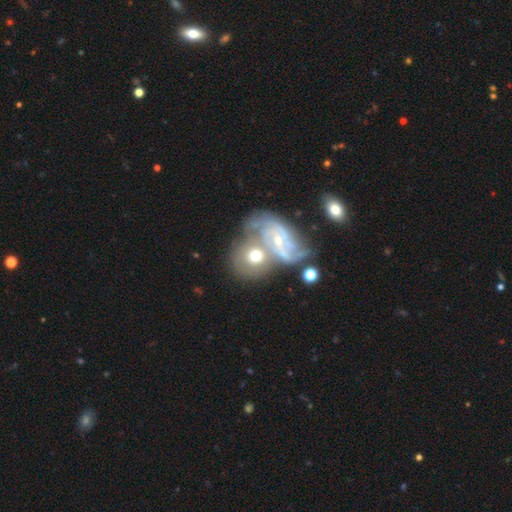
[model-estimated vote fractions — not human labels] Smooth or featured: featured or disk — 55% (smooth — 37%)
Edge-on disk: no — 95% (yes — 5%)
Bar: no — 60% (weak — 29%)
Spiral arms: yes — 79% (no — 21%)
Bulge size: moderate — 51% (small — 40%)
Merging: merger — 48% (none — 33%)